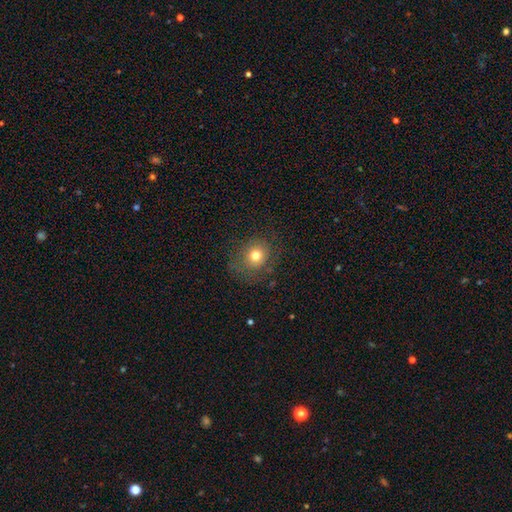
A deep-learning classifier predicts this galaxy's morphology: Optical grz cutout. It shows a smooth galaxy with no disk features (75%) that is round (82%). Merging: none (77%).